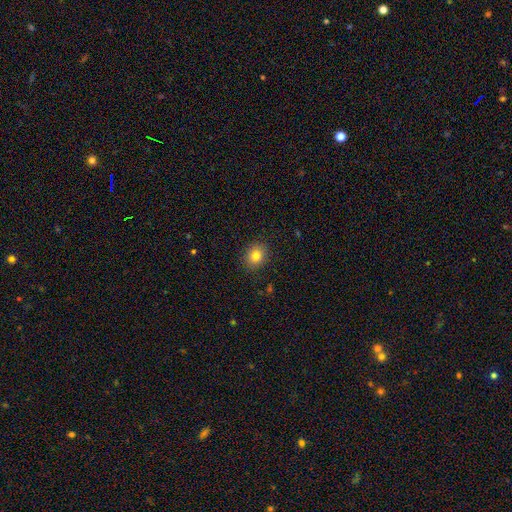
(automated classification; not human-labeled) This appears to be a smooth galaxy with no disk features (81%) that is round (64%). Merging: none (89%).